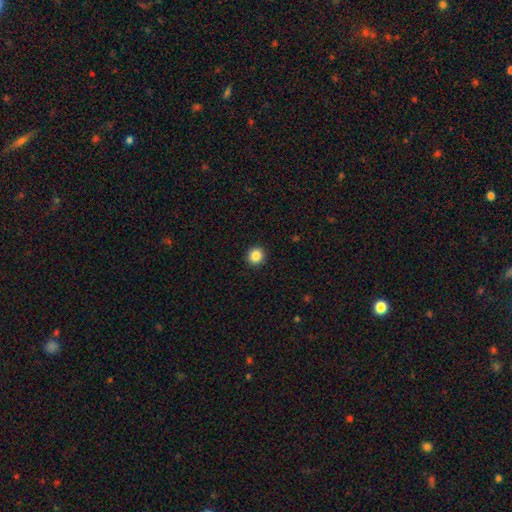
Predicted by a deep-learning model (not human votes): A smooth galaxy with no disk features (86%) that is round (94%).

Vote fractions:
- Smooth or featured? smooth: 86% / star or artifact: 10% / featured or disk: 4%
- How rounded? round: 94% / in between: 5% / cigar-shaped: 1%
- Merging? none: 93% / minor disturbance: 4% / major disturbance: 2% / merger: 1%